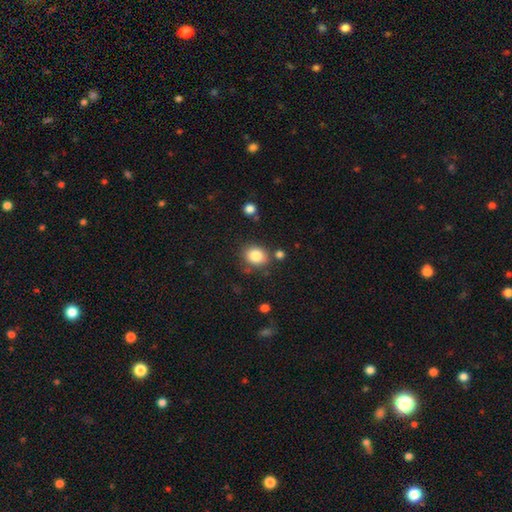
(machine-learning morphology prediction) Smooth or featured: smooth — 83% (star or artifact — 10%)
How rounded: round — 60% (in between — 39%)
Merging: none — 78% (minor disturbance — 12%)